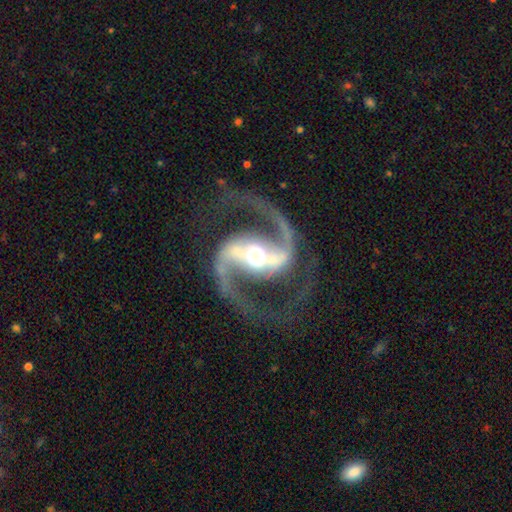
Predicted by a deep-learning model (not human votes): Smooth or featured: featured or disk — 94% (star or artifact — 4%)
Edge-on disk: no — 98% (yes — 2%)
Bar: strong — 72% (weak — 20%)
Spiral arms: yes — 99% (no — 1%)
Spiral winding: medium — 69% (loose — 19%)
Spiral arm count: 2 — 95% (3 — 1%)
Bulge size: moderate — 64% (large — 17%)
Merging: none — 81% (minor disturbance — 10%)